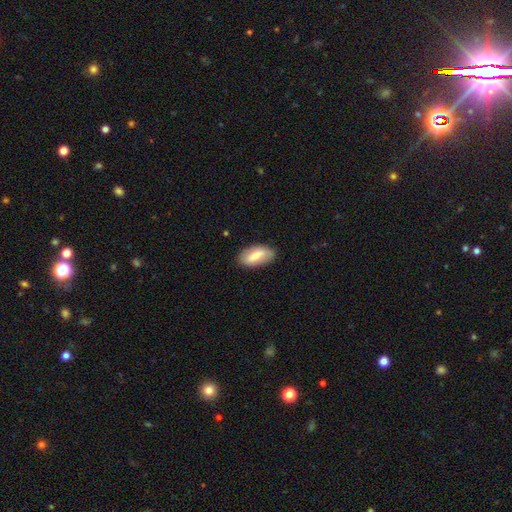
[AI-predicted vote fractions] A smooth galaxy with no disk features (59%) that is in between round and cigar-shaped (91%). Merging: none (83%).